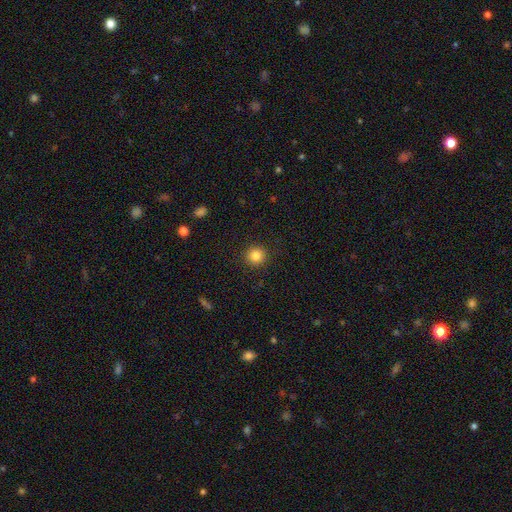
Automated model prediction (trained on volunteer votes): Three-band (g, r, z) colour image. It shows a smooth galaxy with no disk features (84%) that is round (94%). Merging: none (92%).